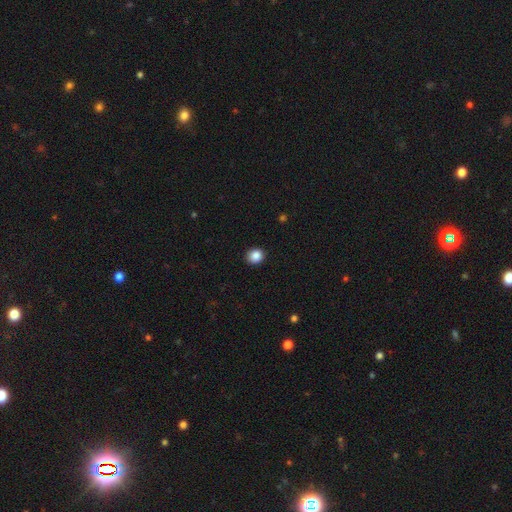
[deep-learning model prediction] The model was most divided on "how rounded": round: 78%, in between: 21%, cigar-shaped: 1%. More confident: merging — none (90%); smooth or featured — smooth (87%).